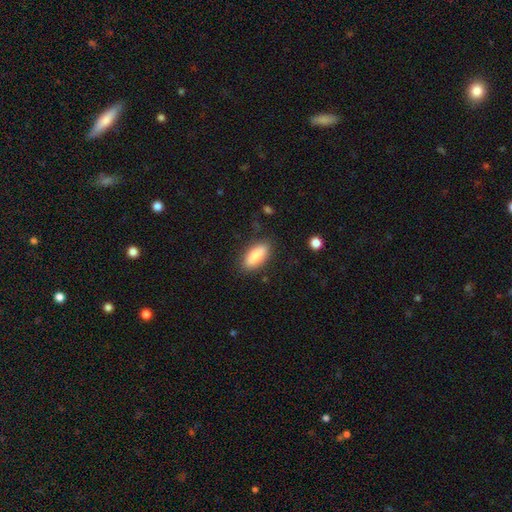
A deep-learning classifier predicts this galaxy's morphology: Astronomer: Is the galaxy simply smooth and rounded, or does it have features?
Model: smooth — 86%.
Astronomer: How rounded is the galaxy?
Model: in between — 75%.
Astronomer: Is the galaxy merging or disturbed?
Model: none — 84%.